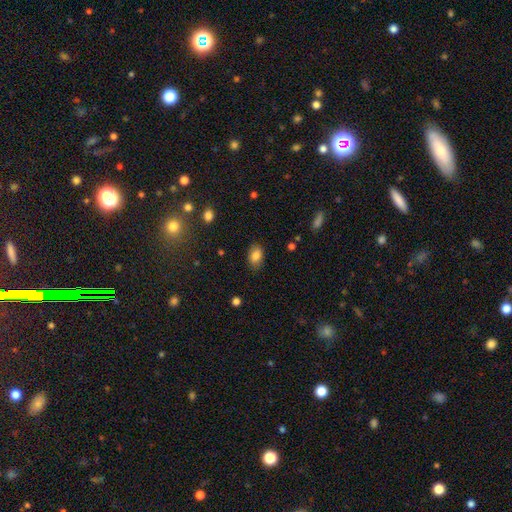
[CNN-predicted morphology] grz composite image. It shows a smooth galaxy with no disk features (83%) that is in between round and cigar-shaped (85%). Merging: none (82%).